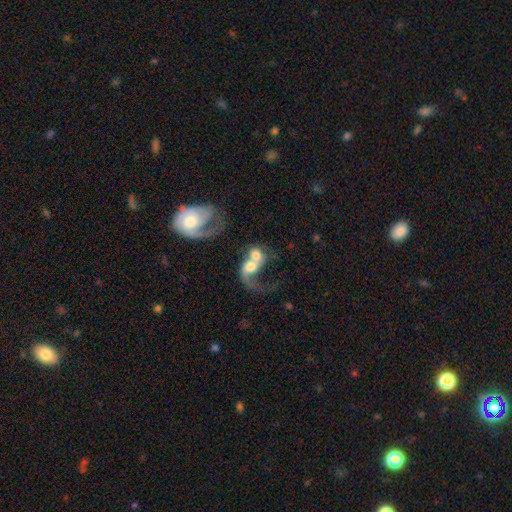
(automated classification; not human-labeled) Smooth or featured? Predicted: featured or disk (p=0.56). Edge-on disk? Predicted: no (p=0.96). Bar? Predicted: no (p=0.68). Spiral arms? Predicted: yes (p=0.74). Bulge size? Predicted: moderate (p=0.43). Merging? Predicted: merger (p=0.79).